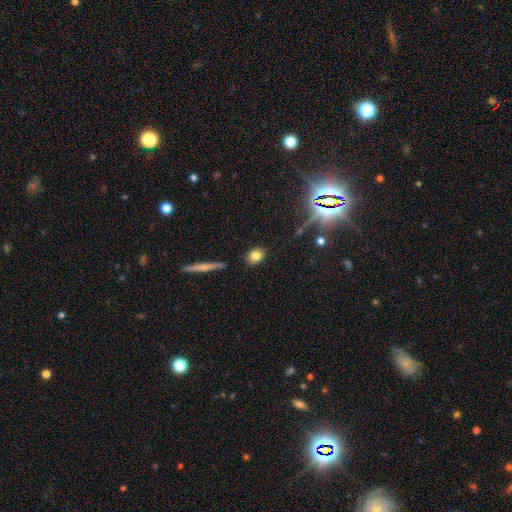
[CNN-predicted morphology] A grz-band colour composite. It shows a smooth galaxy with no disk features (80%) that is in between round and cigar-shaped (53%). Merging: none (87%).